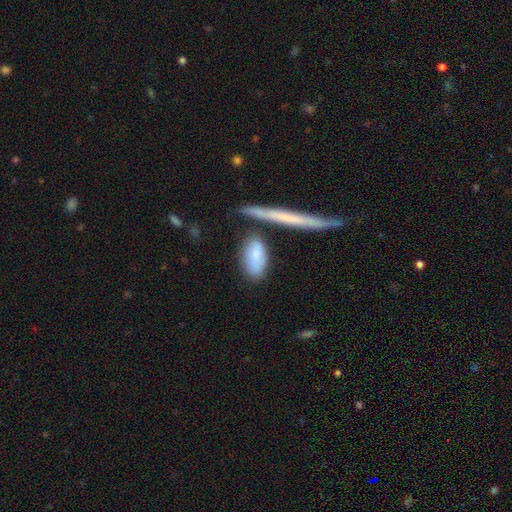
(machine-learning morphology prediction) Smooth or featured: smooth — 78% (featured or disk — 16%)
How rounded: in between — 80% (cigar-shaped — 16%)
Merging: none — 65% (minor disturbance — 17%)